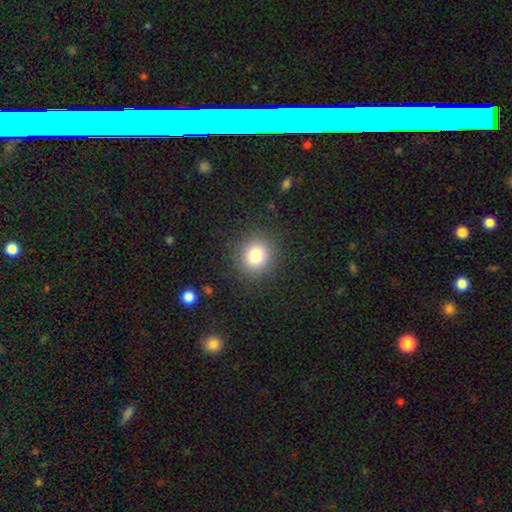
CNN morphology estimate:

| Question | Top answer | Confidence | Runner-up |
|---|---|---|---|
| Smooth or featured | smooth | 78% | star or artifact (13%) |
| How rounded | round | 87% | in between (12%) |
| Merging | none | 89% | minor disturbance (7%) |